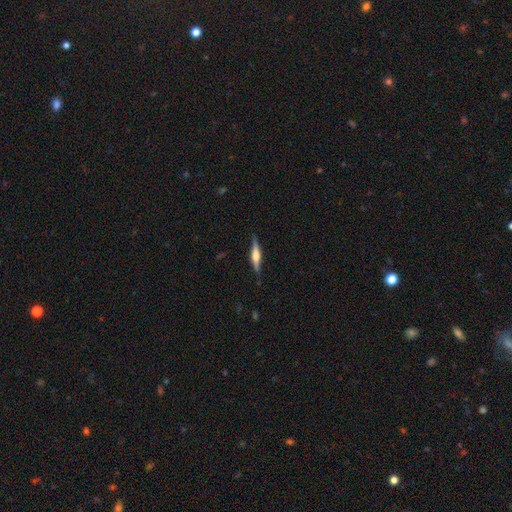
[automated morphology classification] Overall: featured or disk (69%). Edge-on disk: yes (97%). Edge-on bulge: rounded (78%). Merging: none (86%).